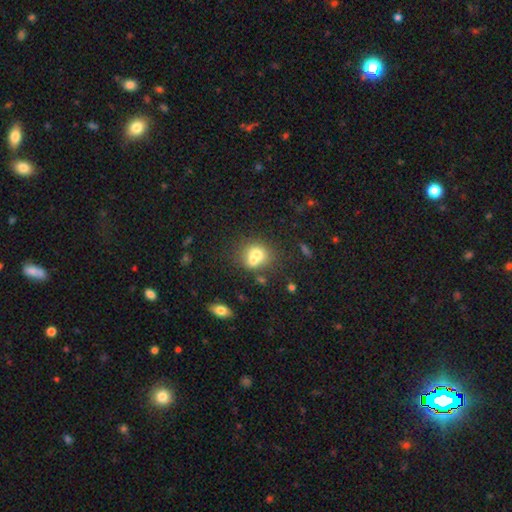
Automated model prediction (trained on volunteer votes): A smooth galaxy with no disk features (68%) that is round (65%).

Vote fractions:
- Smooth or featured? smooth: 68% / featured or disk: 20% / star or artifact: 12%
- How rounded? round: 65% / in between: 34% / cigar-shaped: 1%
- Merging? merger: 51% / none: 33% / minor disturbance: 11% / major disturbance: 5%